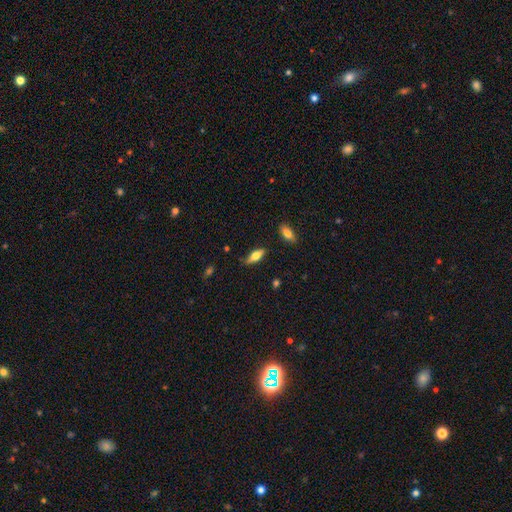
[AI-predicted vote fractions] Smooth or featured? Predicted: smooth (p=0.54). How rounded? Predicted: in between (p=0.64). Merging? Predicted: none (p=0.77).